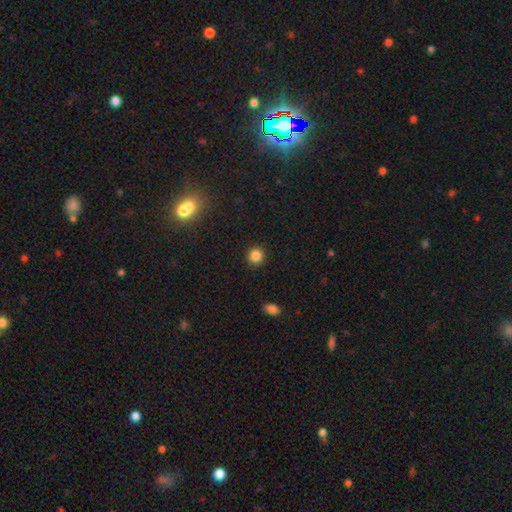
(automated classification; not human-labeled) Smooth or featured? Predicted: smooth (p=0.85). How rounded? Predicted: round (p=0.91). Merging? Predicted: none (p=0.91).